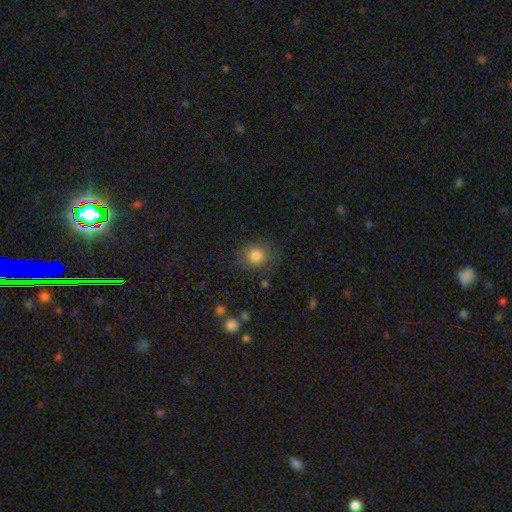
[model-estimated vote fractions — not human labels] This is clearly a smooth galaxy (81%). How rounded: likely round (75%). Merging: clearly none (82%).